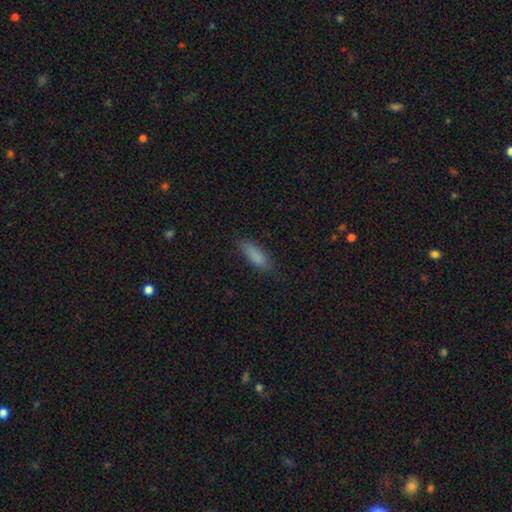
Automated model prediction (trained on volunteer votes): Q: Smooth or featured?
A: smooth (86%); runner-up: star or artifact (7%)
Q: How rounded?
A: in between (54%); runner-up: cigar-shaped (44%)
Q: Merging?
A: none (82%); runner-up: minor disturbance (14%)